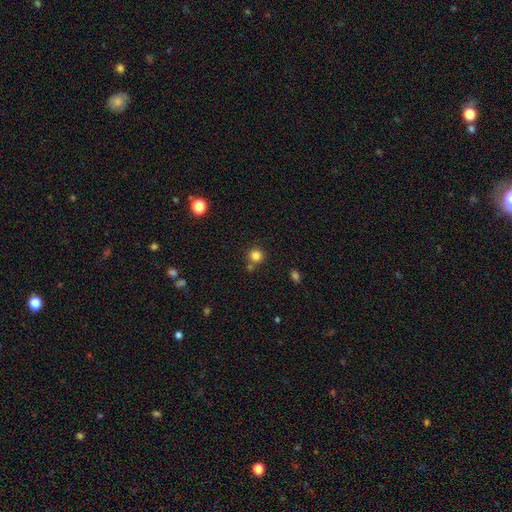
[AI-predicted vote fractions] smooth-or-featured: smooth: 82% | star or artifact: 13% | featured or disk: 5%
  how-rounded: round: 93% | in between: 6% | cigar-shaped: 1%
  merging: none: 74% | merger: 14% | minor disturbance: 9% | major disturbance: 3%